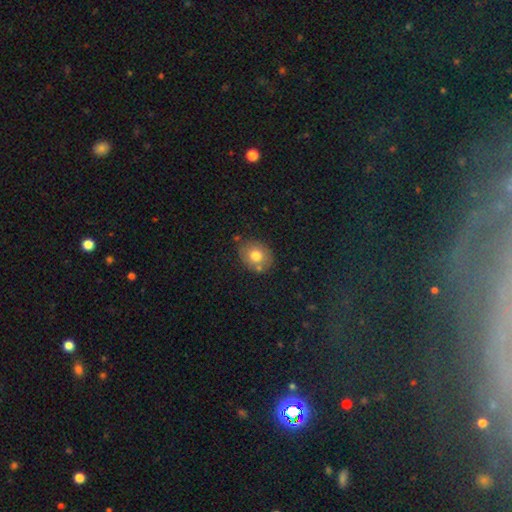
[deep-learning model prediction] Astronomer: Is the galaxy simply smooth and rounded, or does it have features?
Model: smooth — 73%.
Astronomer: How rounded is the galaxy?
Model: round — 59% (runner-up: in between, 40%).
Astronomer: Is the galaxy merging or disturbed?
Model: none — 73%.